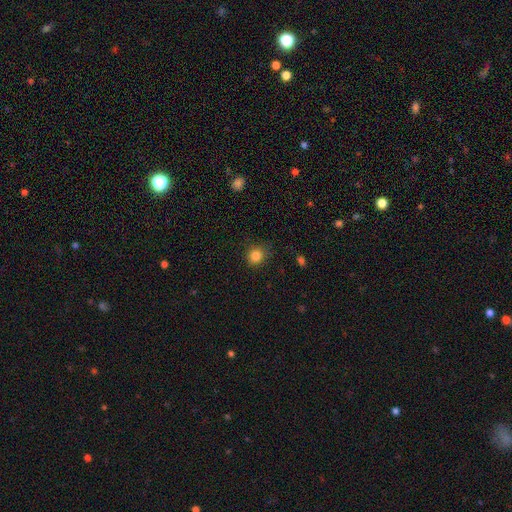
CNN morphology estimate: The model was most divided on "how rounded": round: 83%, in between: 16%, cigar-shaped: 1%. More confident: merging — none (85%); smooth or featured — smooth (84%).